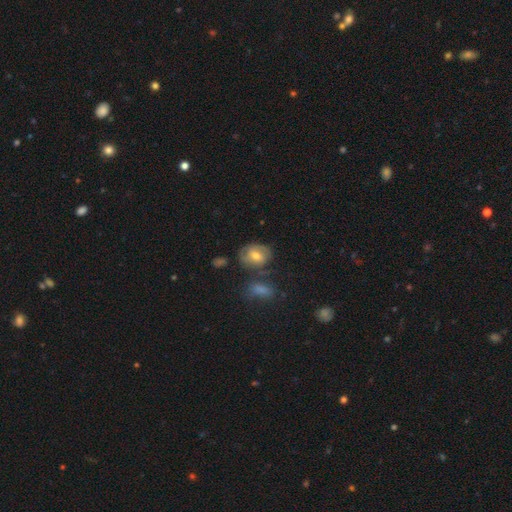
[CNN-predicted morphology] The model was most divided on "smooth or featured": smooth: 51%, featured or disk: 39%, star or artifact: 10%. More confident: how rounded — in between (62%); merging — none (57%).